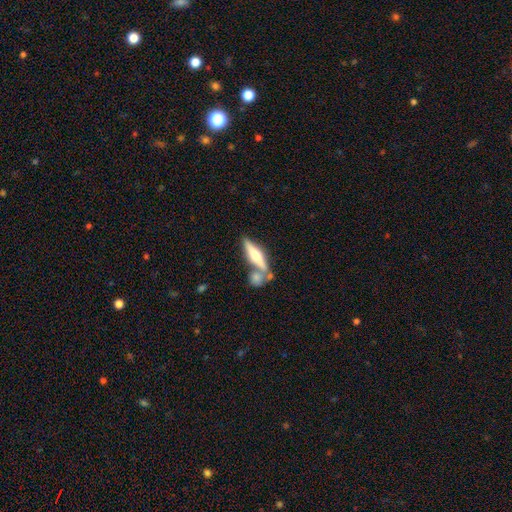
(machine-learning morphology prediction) type=featured or disk (51%); edge-on=yes (91%); merging=none (55%).